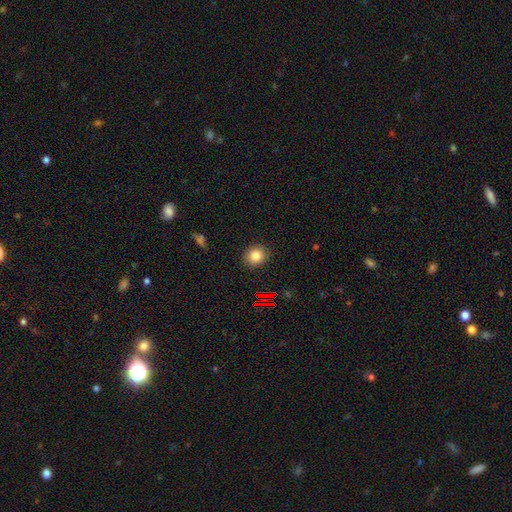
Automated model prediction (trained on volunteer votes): Q: Smooth or featured?
A: smooth (81%); runner-up: star or artifact (13%)
Q: How rounded?
A: round (78%); runner-up: in between (21%)
Q: Merging?
A: none (88%); runner-up: minor disturbance (8%)